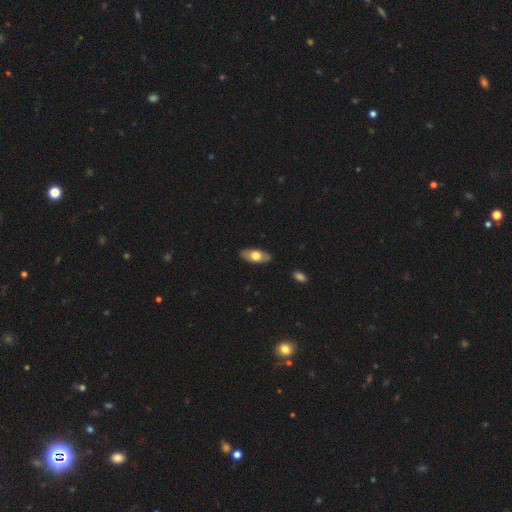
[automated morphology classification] Smooth or featured? smooth (64%)
How rounded? in between (88%)
Merging? none (85%)